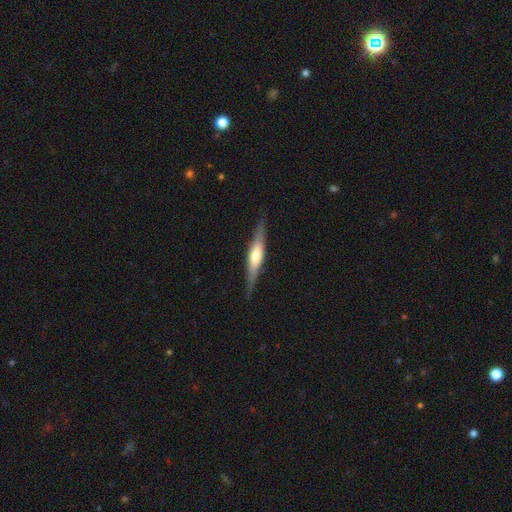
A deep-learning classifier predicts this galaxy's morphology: This is likely a featured or disk galaxy (60%). It is clearly viewed edge-on (94%). Edge-on bulge: likely rounded (75%). Merging: clearly none (84%).